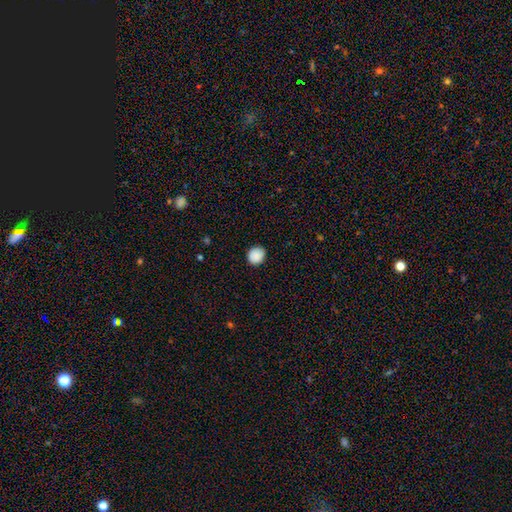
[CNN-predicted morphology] smooth 89%, star or artifact 8%, featured or disk 3%. Down the decision tree: how rounded — round (83%); merging — none (88%).